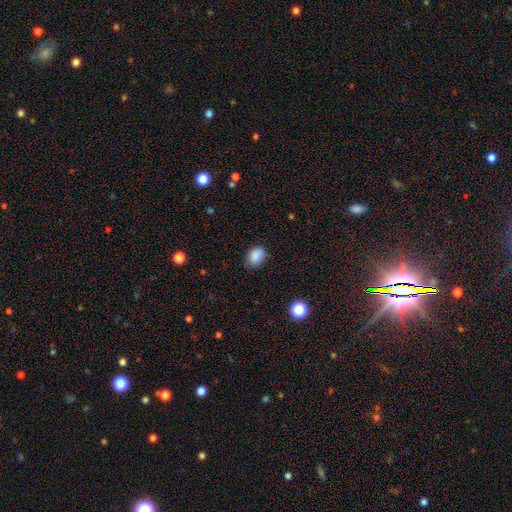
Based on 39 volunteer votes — Smooth or featured: smooth — 90% (star or artifact — 10%)
How rounded: in between — 66% (round — 31%)
Merging: none — 77% (minor disturbance — 17%)